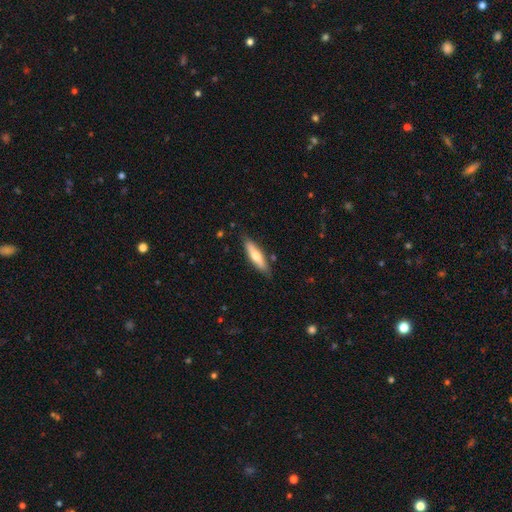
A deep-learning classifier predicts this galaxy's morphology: Smooth or featured?
  - smooth: 62% *
  - featured or disk: 33%
  - star or artifact: 6%
How rounded?
  - cigar-shaped: 68% *
  - in between: 30%
  - round: 2%
Merging?
  - none: 82% *
  - minor disturbance: 13%
  - major disturbance: 2%
  - merger: 2%